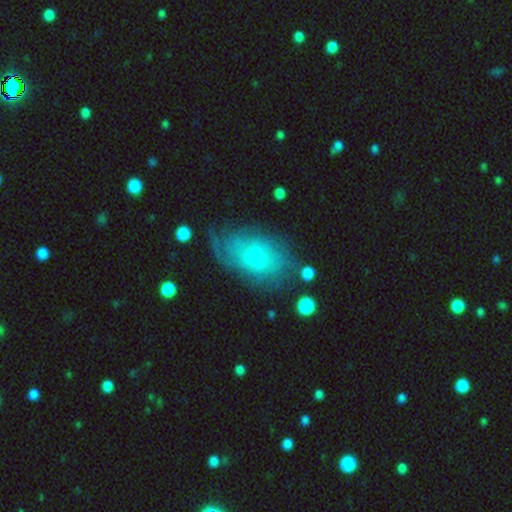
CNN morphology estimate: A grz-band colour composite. It shows a featured or disk galaxy (52%). Merging: none (51%).